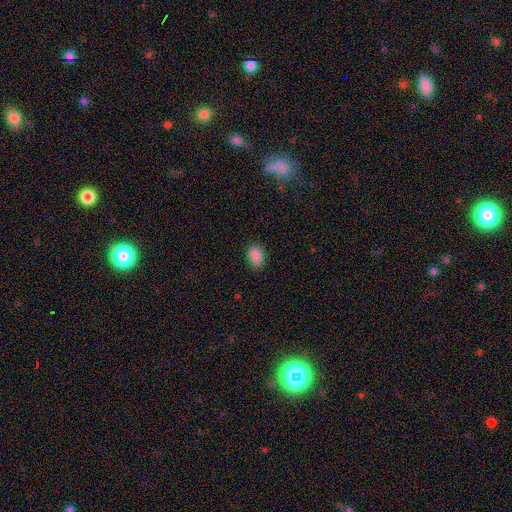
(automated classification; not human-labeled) Smooth or featured?
  - smooth: 89% *
  - star or artifact: 9%
  - featured or disk: 3%
How rounded?
  - in between: 77% *
  - round: 22%
  - cigar-shaped: 1%
Merging?
  - none: 88% *
  - minor disturbance: 9%
  - major disturbance: 2%
  - merger: 1%